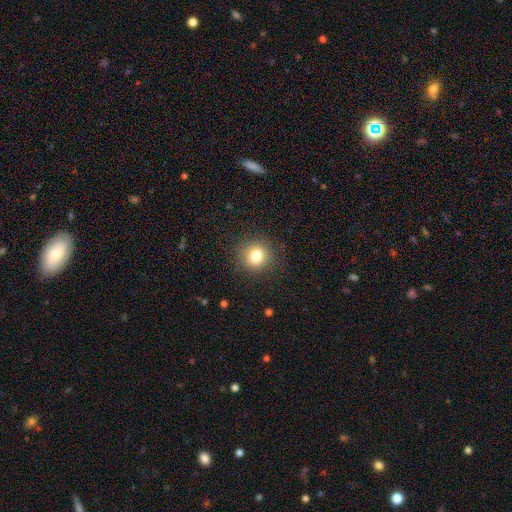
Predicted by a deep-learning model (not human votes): A smooth galaxy with no disk features (81%) that is round (88%). Merging: none (89%).